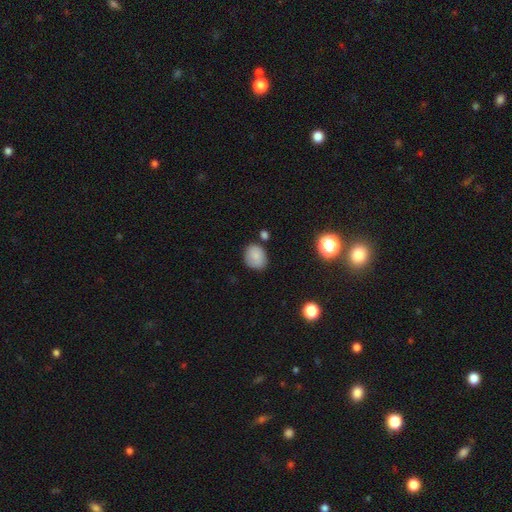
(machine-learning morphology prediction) Smooth or featured: smooth — 84% (star or artifact — 10%)
How rounded: round — 51% (in between — 48%)
Merging: none — 75% (minor disturbance — 16%)